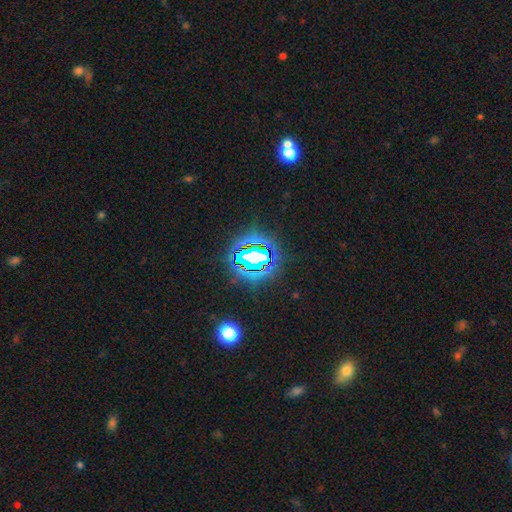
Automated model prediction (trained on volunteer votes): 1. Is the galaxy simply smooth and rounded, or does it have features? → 73% star or artifact, 16% smooth, 11% featured or disk.